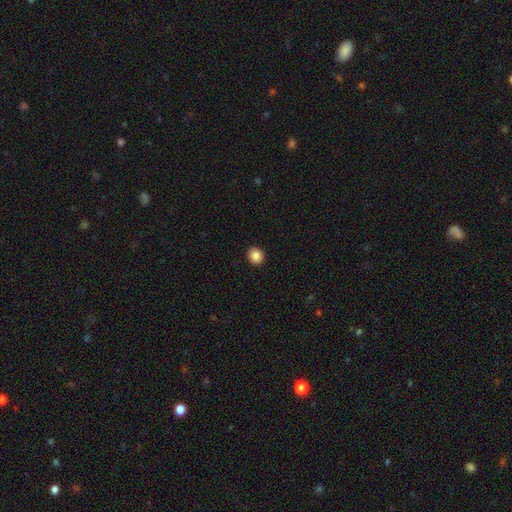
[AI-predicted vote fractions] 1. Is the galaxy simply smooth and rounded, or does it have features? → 86% smooth, 10% star or artifact, 5% featured or disk.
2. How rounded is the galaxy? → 78% round, 22% in between, 1% cigar-shaped.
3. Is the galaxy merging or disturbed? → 92% none, 6% minor disturbance, 2% major disturbance, 1% merger.